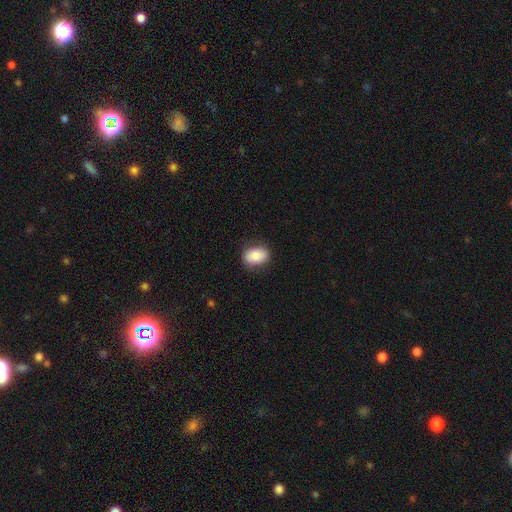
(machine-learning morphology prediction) A smooth galaxy with no disk features (84%) that is in between round and cigar-shaped (79%). Merging: none (84%).